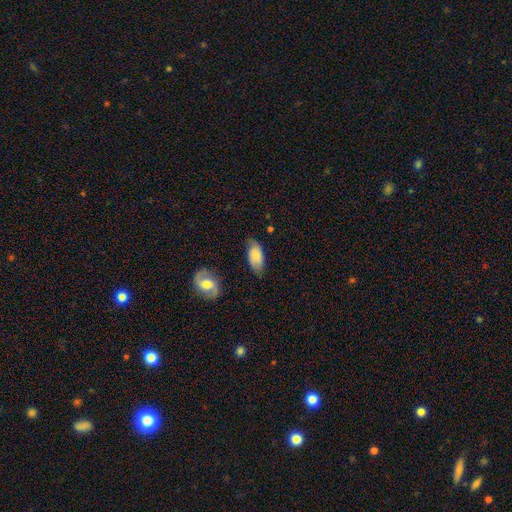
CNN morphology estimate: Smooth or featured?
  - smooth: 73% *
  - featured or disk: 20%
  - star or artifact: 7%
How rounded?
  - in between: 92% *
  - cigar-shaped: 5%
  - round: 3%
Merging?
  - none: 72% *
  - minor disturbance: 21%
  - major disturbance: 4%
  - merger: 2%